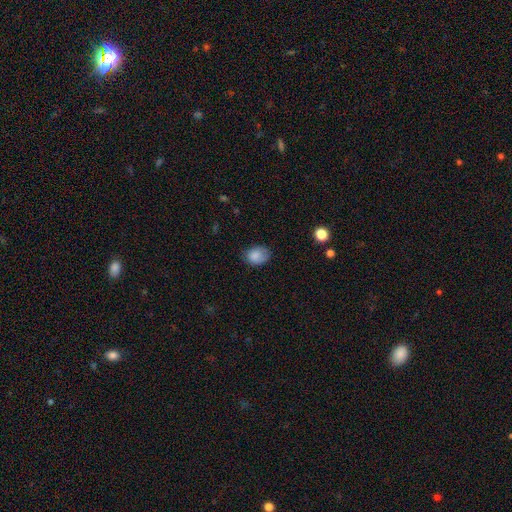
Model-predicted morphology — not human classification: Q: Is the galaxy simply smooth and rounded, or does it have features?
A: smooth — 84%.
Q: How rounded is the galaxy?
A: in between — 62%.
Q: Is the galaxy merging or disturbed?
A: none — 65%.